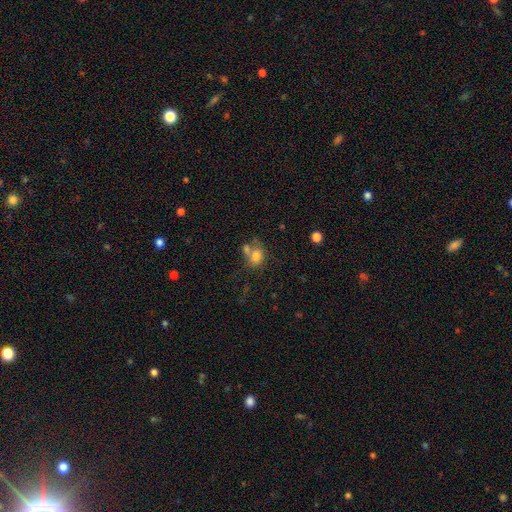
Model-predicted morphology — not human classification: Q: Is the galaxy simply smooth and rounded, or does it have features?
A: smooth — 75%.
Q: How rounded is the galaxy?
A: in between — 57%.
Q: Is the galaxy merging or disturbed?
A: merger — 39%.